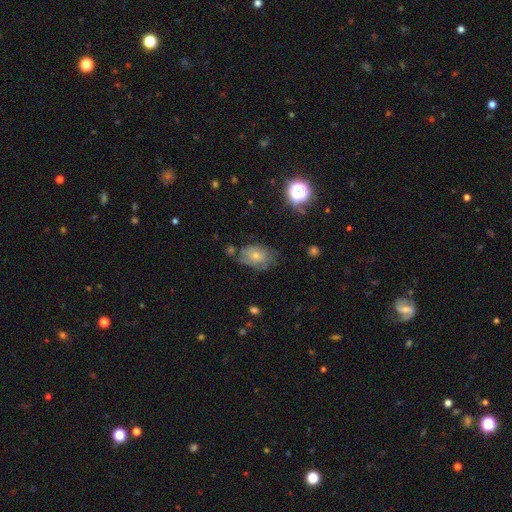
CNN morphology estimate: Smooth or featured? smooth (56%)
How rounded? in between (79%)
Merging? none (51%)